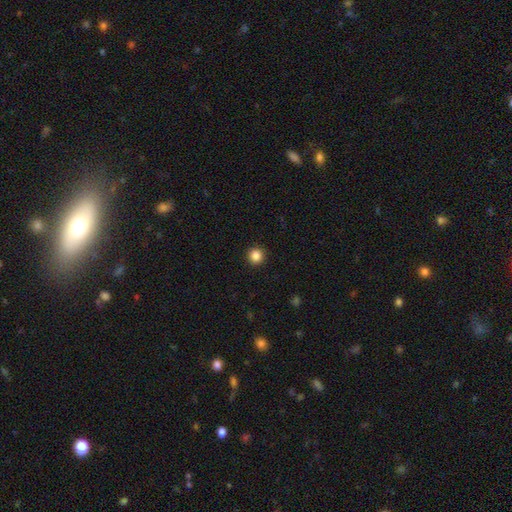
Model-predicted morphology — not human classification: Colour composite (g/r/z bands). It shows a smooth galaxy with no disk features (86%) that is round (95%). Merging: none (93%).